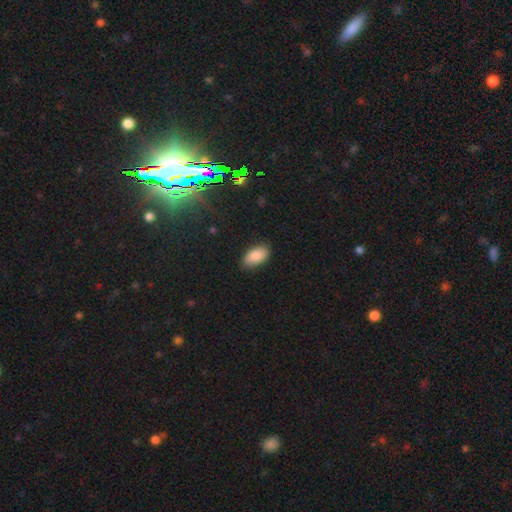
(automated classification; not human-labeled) smooth-or-featured: smooth: 85% | featured or disk: 8% | star or artifact: 7%
  how-rounded: in between: 94% | round: 4% | cigar-shaped: 2%
  merging: none: 84% | minor disturbance: 13% | major disturbance: 2% | merger: 1%